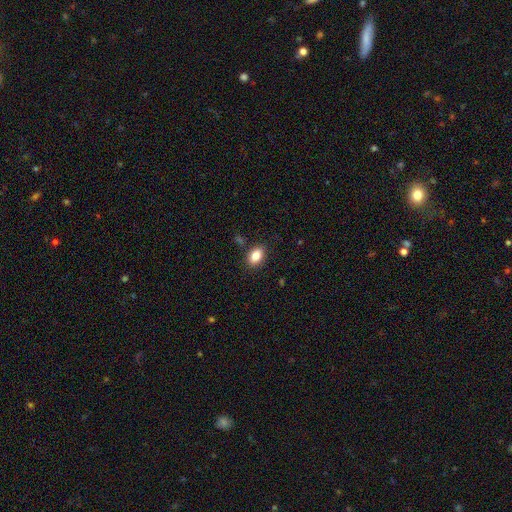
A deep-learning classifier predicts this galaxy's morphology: A smooth galaxy with no disk features (84%) that is in between round and cigar-shaped (86%). Merging: none (85%).